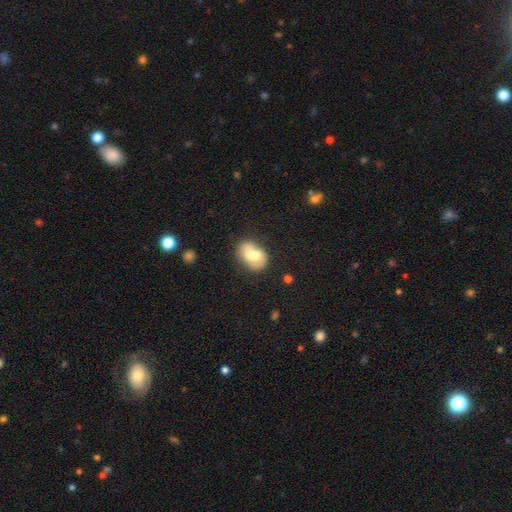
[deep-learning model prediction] A smooth galaxy with no disk features (61%) that is in between round and cigar-shaped (68%).

Vote fractions:
- Smooth or featured? smooth: 61% / featured or disk: 31% / star or artifact: 8%
- How rounded? in between: 68% / round: 31% / cigar-shaped: 1%
- Merging? merger: 51% / none: 33% / minor disturbance: 12% / major disturbance: 4%